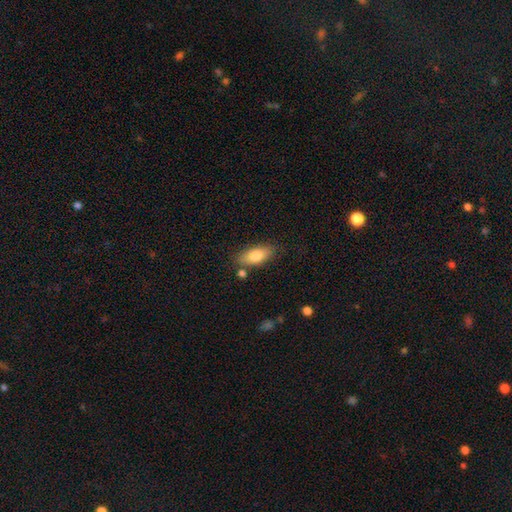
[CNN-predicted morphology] The model was most divided on "smooth or featured": smooth: 78%, featured or disk: 15%, star or artifact: 7%. More confident: how rounded — in between (84%); merging — none (78%).